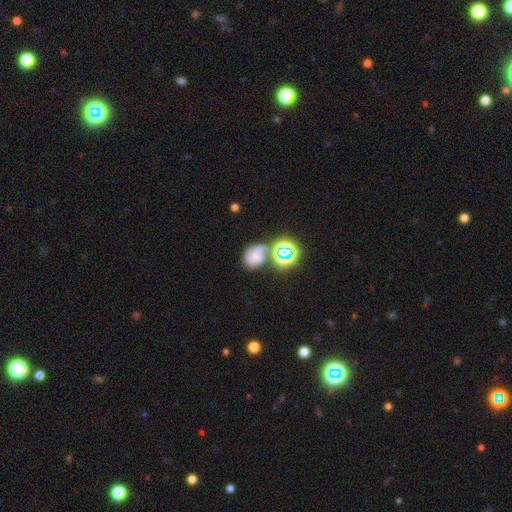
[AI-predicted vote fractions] Smooth or featured? Predicted: smooth (p=0.47). Merging? Predicted: none (p=0.36).